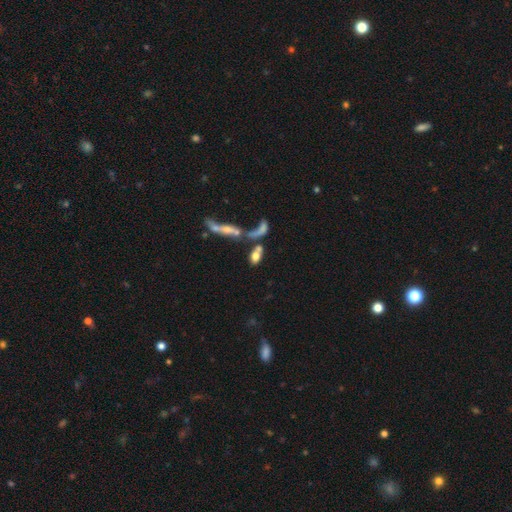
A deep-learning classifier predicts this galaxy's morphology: Smooth or featured: smooth — 66% (featured or disk — 23%)
How rounded: in between — 80% (round — 11%)
Merging: merger — 47% (none — 28%)